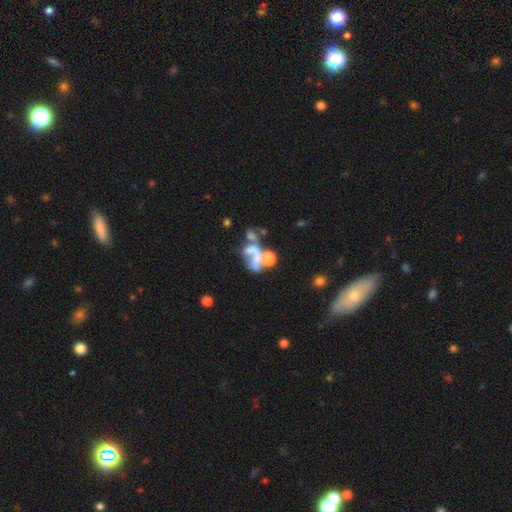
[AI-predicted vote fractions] Smooth or featured: featured or disk — 50% (smooth — 32%)
Edge-on disk: no — 97% (yes — 3%)
Merging: merger — 50% (major disturbance — 25%)